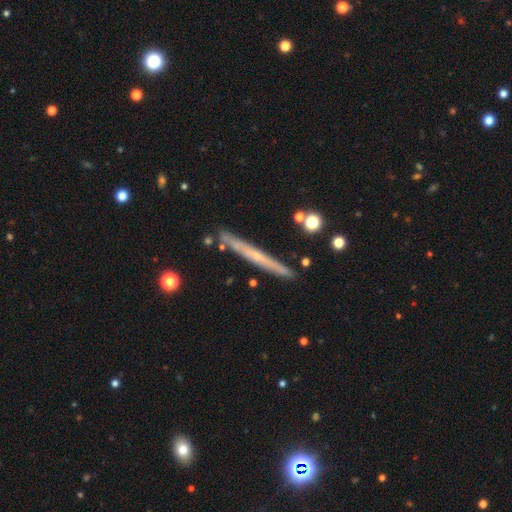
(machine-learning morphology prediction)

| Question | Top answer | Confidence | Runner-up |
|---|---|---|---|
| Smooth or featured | featured or disk | 63% | smooth (29%) |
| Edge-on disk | yes | 95% | no (5%) |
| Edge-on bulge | none | 59% | rounded (38%) |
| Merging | none | 85% | minor disturbance (10%) |